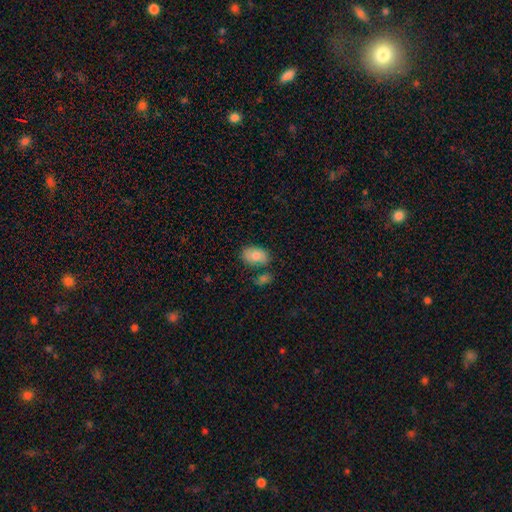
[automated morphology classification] Smooth or featured: smooth — 81% (featured or disk — 12%)
How rounded: in between — 90% (round — 9%)
Merging: none — 68% (minor disturbance — 16%)